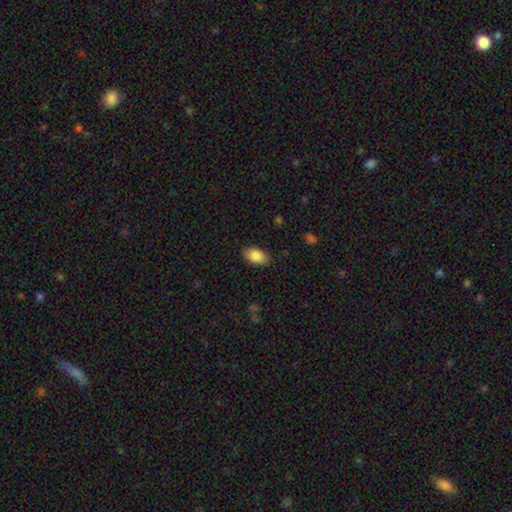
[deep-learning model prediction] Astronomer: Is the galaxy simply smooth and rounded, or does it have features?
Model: smooth — 87%.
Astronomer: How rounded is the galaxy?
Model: in between — 93%.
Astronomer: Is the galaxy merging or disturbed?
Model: none — 85%.